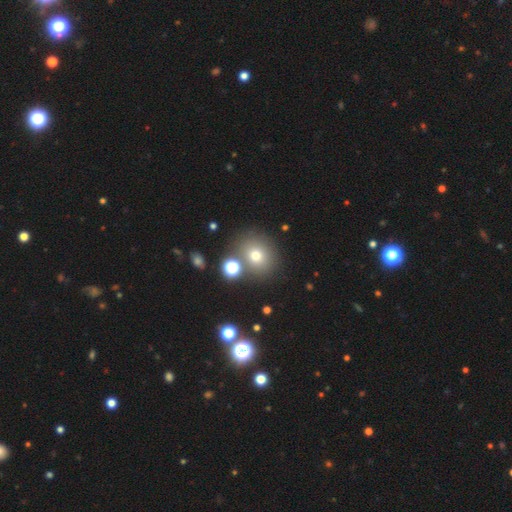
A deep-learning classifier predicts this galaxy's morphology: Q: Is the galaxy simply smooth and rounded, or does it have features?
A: smooth — 70%.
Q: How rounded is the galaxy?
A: round — 74%.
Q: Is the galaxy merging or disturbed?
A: none — 77%.